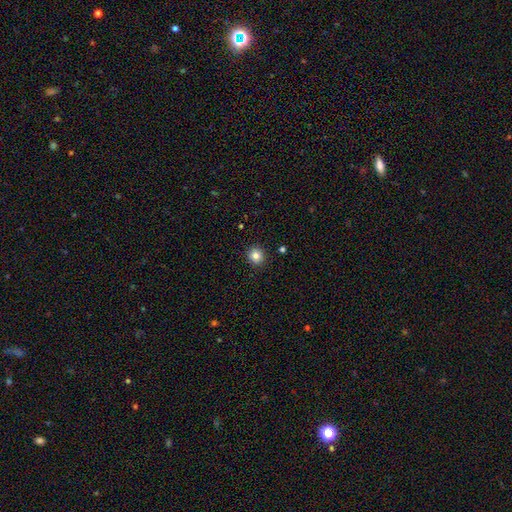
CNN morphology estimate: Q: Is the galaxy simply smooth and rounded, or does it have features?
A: smooth — 82%.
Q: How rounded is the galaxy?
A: round — 93%.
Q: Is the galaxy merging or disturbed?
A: none — 92%.